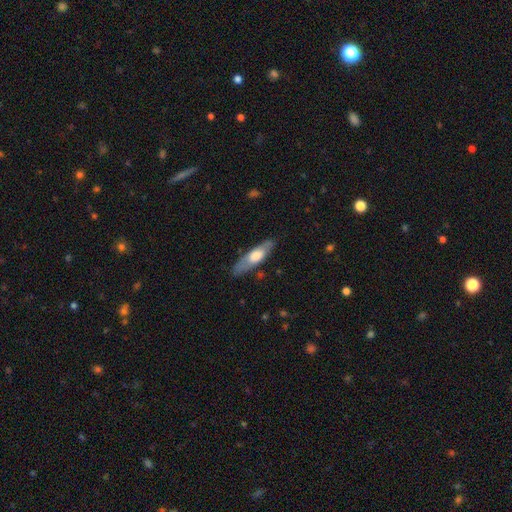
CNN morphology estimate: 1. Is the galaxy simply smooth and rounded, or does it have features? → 53% smooth, 42% featured or disk, 5% star or artifact.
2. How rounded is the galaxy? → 62% cigar-shaped, 36% in between, 2% round.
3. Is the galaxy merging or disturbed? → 80% none, 15% minor disturbance, 4% major disturbance, 2% merger.